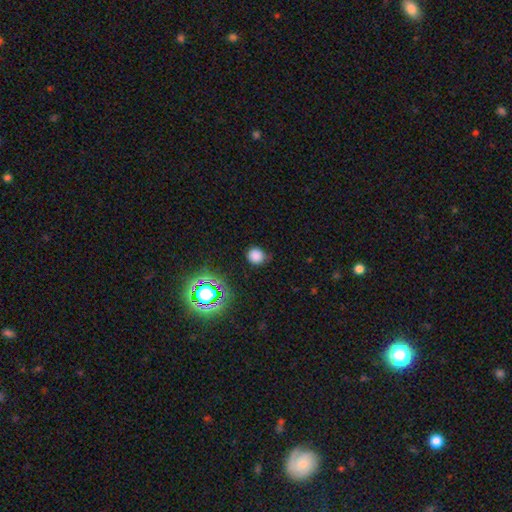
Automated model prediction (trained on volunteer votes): Smooth or featured? smooth (77%)
How rounded? round (86%)
Merging? none (78%)